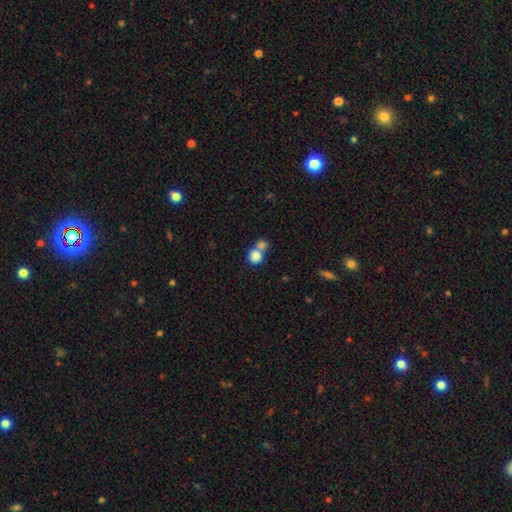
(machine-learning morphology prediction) Smooth or featured: smooth — 83% (star or artifact — 9%)
How rounded: round — 77% (in between — 22%)
Merging: merger — 57% (none — 33%)